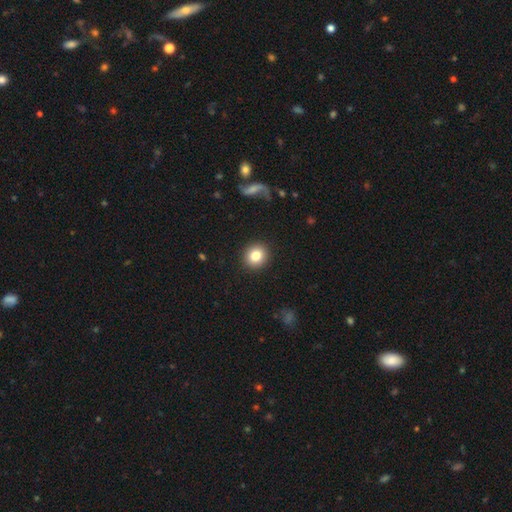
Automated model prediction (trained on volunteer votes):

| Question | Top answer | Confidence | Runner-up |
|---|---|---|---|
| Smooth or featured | smooth | 82% | star or artifact (9%) |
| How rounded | round | 86% | in between (13%) |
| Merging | none | 91% | minor disturbance (6%) |